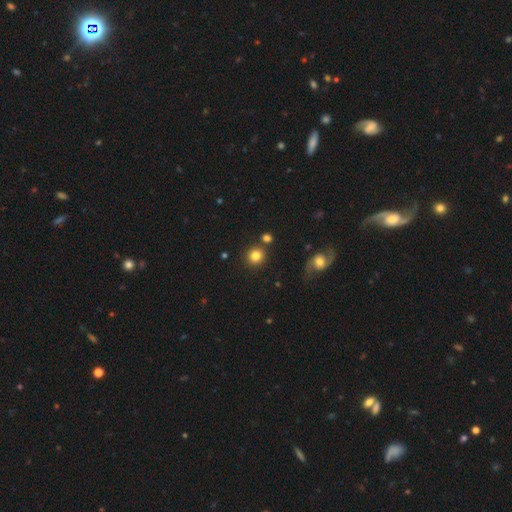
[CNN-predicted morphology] Q: Smooth or featured?
A: smooth (81%); runner-up: star or artifact (11%)
Q: How rounded?
A: round (90%); runner-up: in between (9%)
Q: Merging?
A: none (82%); runner-up: merger (8%)